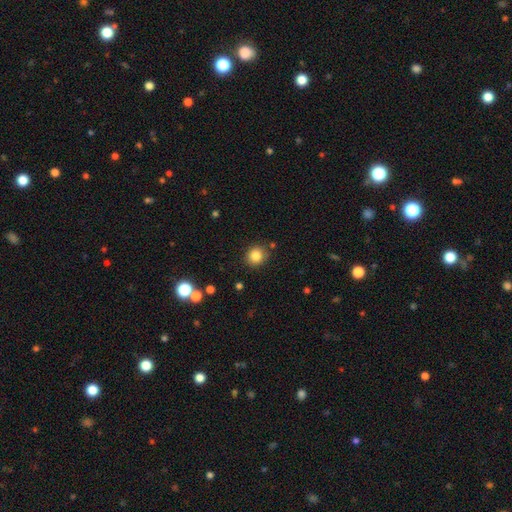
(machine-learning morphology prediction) A smooth galaxy with no disk features (83%) that is round (87%).

Vote fractions:
- Smooth or featured? smooth: 83% / star or artifact: 11% / featured or disk: 6%
- How rounded? round: 87% / in between: 12% / cigar-shaped: 1%
- Merging? none: 85% / minor disturbance: 9% / merger: 3% / major disturbance: 3%